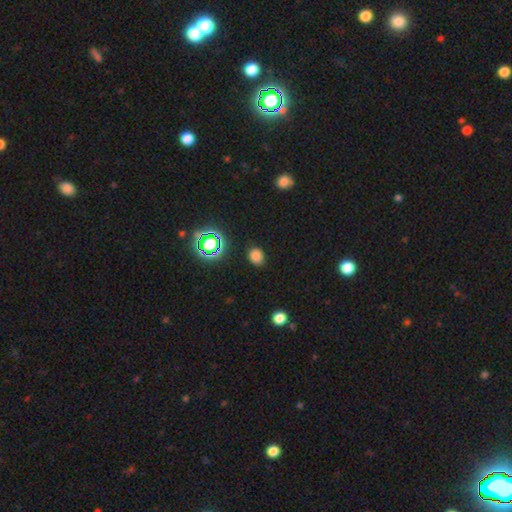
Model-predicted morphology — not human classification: smooth 75%, star or artifact 20%, featured or disk 5%. Down the decision tree: how rounded — round (55%); merging — none (85%).